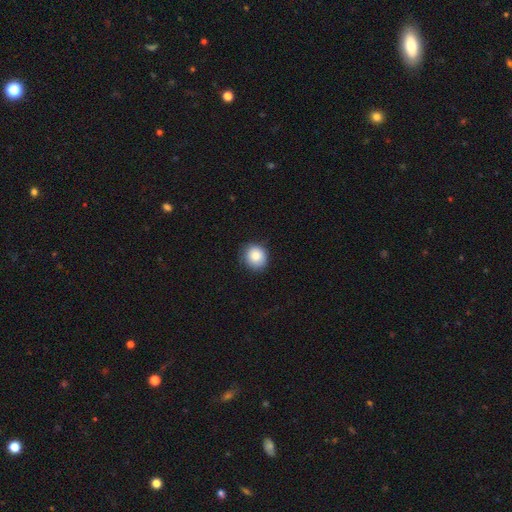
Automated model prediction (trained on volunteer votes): Overall: smooth (85%). How rounded: round (82%). Merging: none (85%).